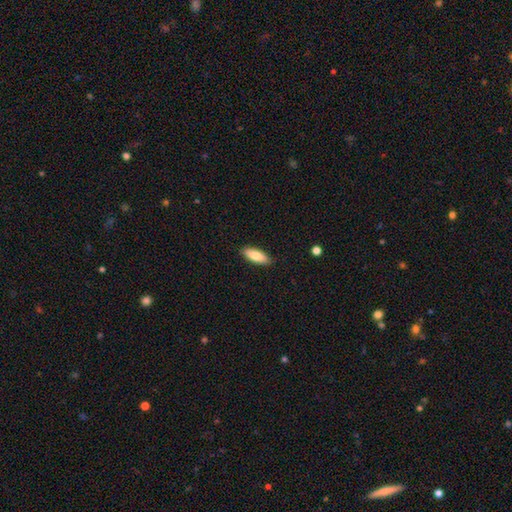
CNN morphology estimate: Overall: smooth (82%). How rounded: in between (69%; cigar-shaped 30%). Merging: none (89%).